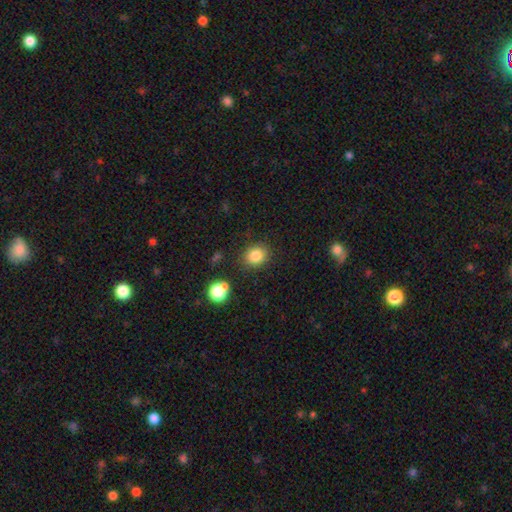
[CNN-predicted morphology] This is clearly a smooth galaxy (83%). How rounded: likely round (62%). Merging: clearly none (83%).